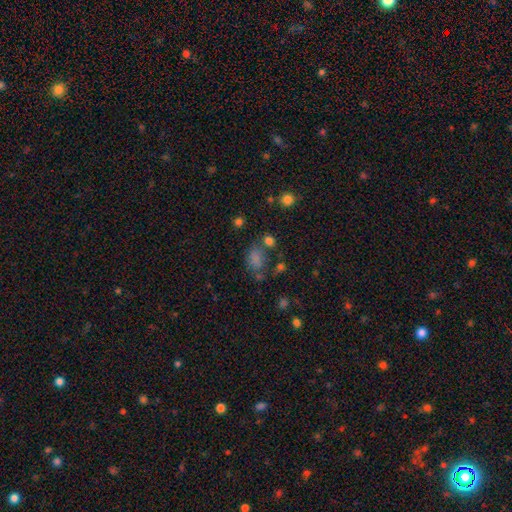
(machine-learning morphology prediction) A smooth galaxy with no disk features (60%) that is in between round and cigar-shaped (72%). Merging: none (55%).